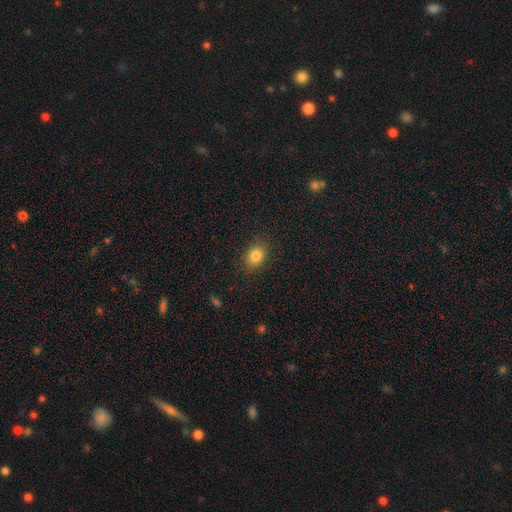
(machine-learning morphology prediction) This is clearly a smooth galaxy (83%). How rounded: possibly in between (58%). Merging: clearly none (85%).